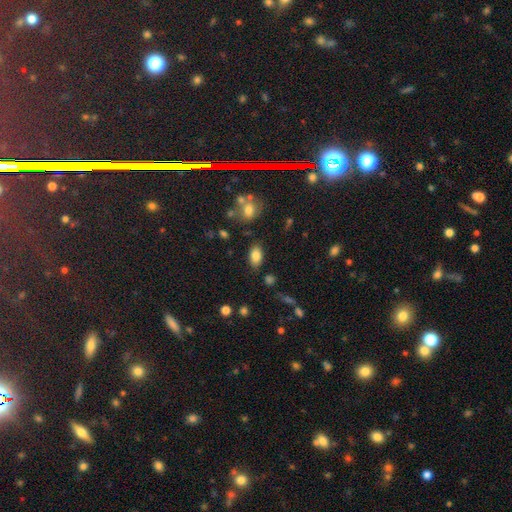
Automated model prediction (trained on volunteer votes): Smooth or featured: smooth — 84% (star or artifact — 9%)
How rounded: in between — 91% (round — 7%)
Merging: none — 81% (minor disturbance — 12%)